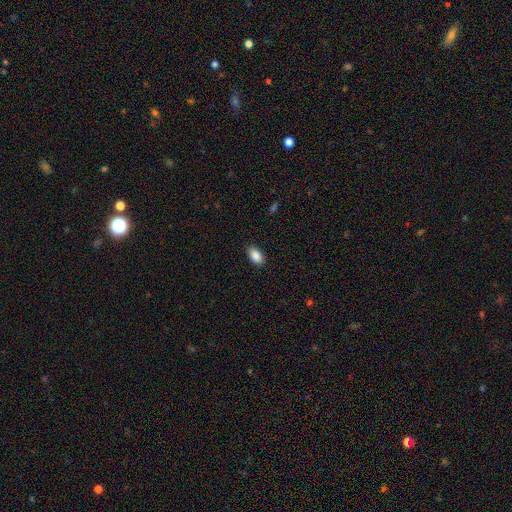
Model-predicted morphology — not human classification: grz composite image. It shows a smooth galaxy with no disk features (88%) that is in between round and cigar-shaped (92%). Merging: none (87%).